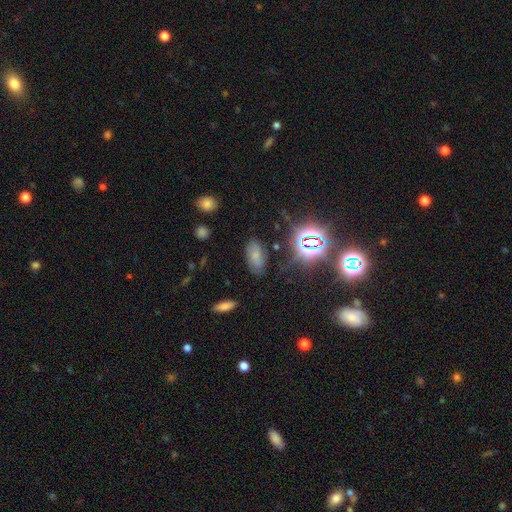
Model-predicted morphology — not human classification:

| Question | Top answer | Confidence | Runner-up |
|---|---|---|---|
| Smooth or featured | smooth | 55% | star or artifact (26%) |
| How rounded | in between | 91% | cigar-shaped (5%) |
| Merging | none | 71% | minor disturbance (19%) |